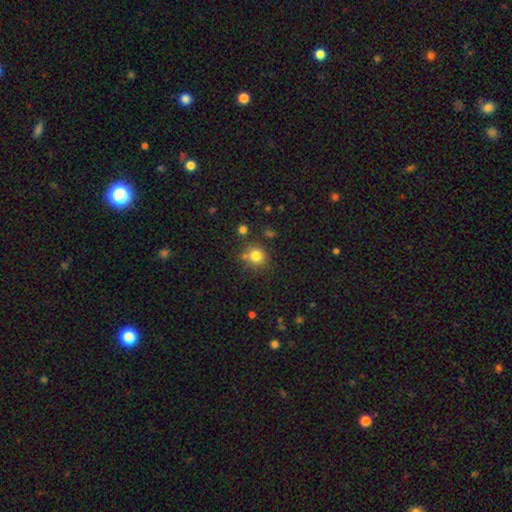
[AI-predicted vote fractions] Smooth or featured? smooth (80%)
How rounded? round (86%)
Merging? none (75%)